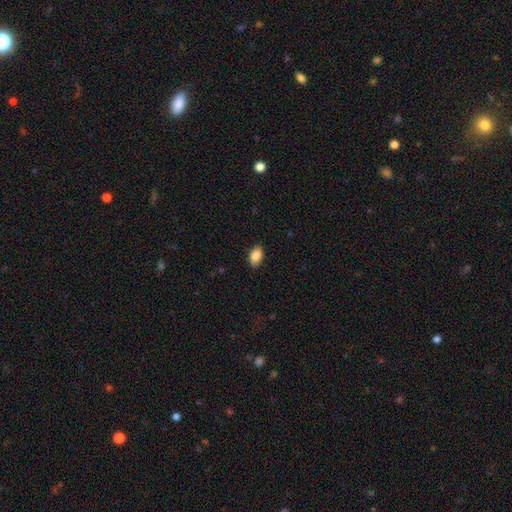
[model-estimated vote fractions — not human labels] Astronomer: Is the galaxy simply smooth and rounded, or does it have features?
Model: smooth — 87%.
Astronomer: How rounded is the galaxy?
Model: in between — 90%.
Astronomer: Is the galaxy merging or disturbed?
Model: none — 87%.